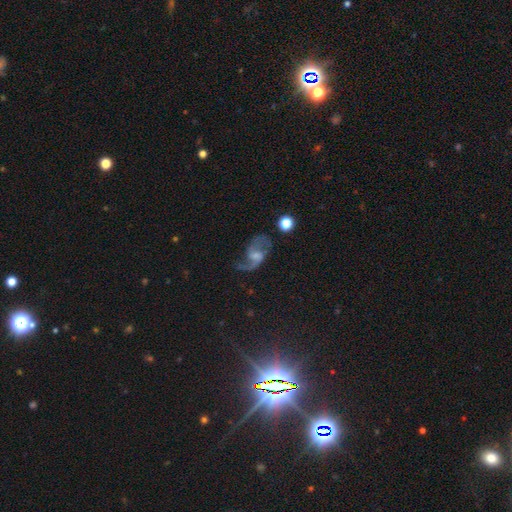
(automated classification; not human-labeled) The model was most divided on "bulge size": moderate: 39%, small: 33%, none: 19%, large: 7%, dominant: 2%. Remaining: edge-on disk — no (97%); spiral arms — yes (94%); spiral arm count — 2 (85%); smooth or featured — featured or disk (81%); merging — none (63%); spiral winding — loose (58%); bar — weak (49%).